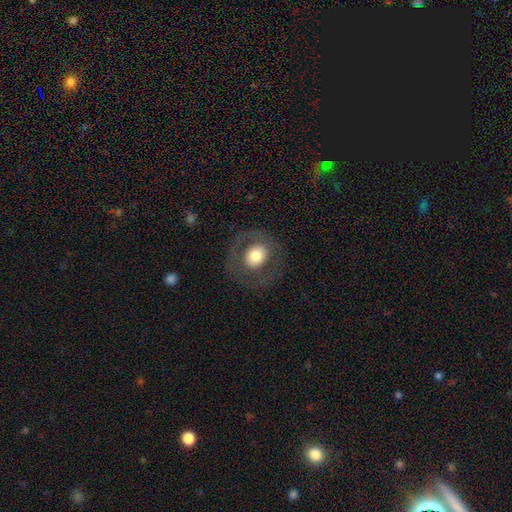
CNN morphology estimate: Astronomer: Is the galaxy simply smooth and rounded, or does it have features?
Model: smooth — 59%.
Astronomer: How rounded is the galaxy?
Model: round — 76%.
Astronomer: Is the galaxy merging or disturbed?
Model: none — 79%.